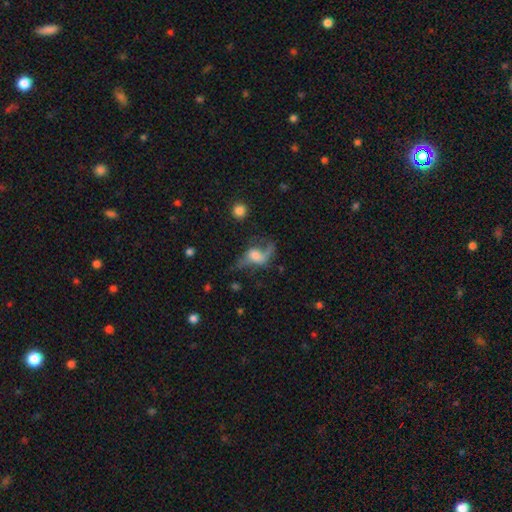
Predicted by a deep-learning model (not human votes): The model was most divided on "merging": major disturbance: 42%, none: 34%, minor disturbance: 19%, merger: 6%. Remaining: edge-on disk — no (92%); spiral arms — yes (79%); smooth or featured — featured or disk (64%); bar — no (58%); bulge size — moderate (41%).